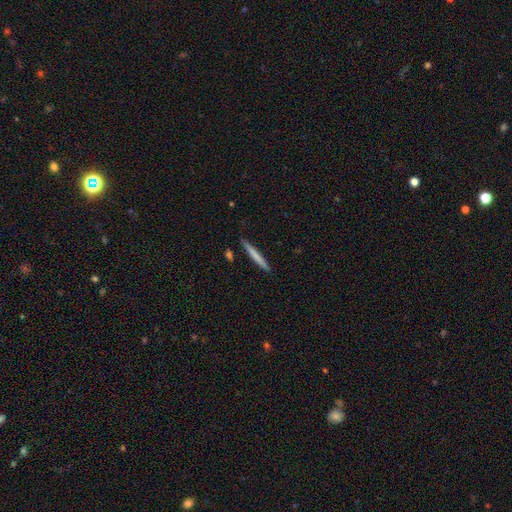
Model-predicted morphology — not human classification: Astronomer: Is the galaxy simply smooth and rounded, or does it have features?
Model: smooth — 66%.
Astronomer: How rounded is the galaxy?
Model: cigar-shaped — 97%.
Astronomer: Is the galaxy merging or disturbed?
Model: none — 90%.